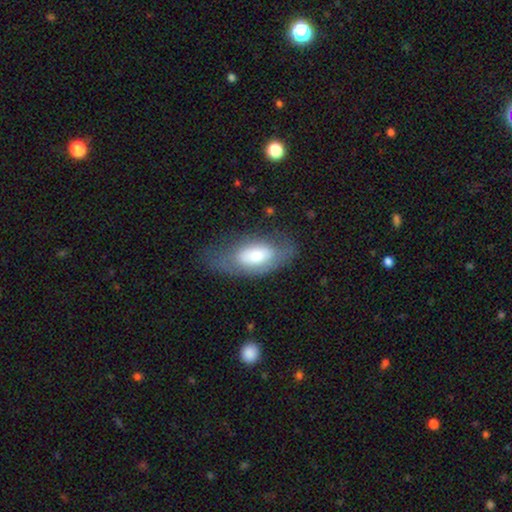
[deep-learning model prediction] smooth 57%, featured or disk 35%, star or artifact 7%. Down the decision tree: how rounded — in between (90%); merging — none (53%).